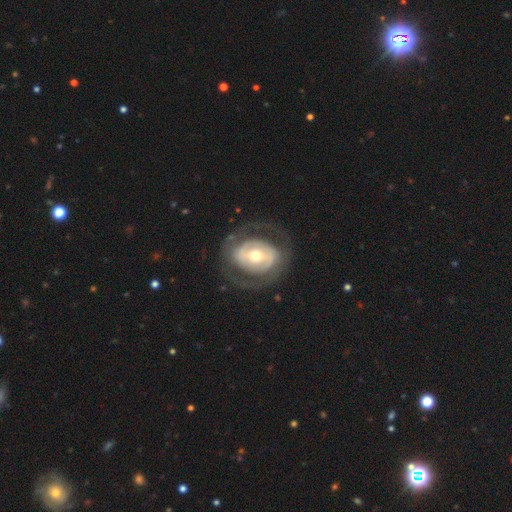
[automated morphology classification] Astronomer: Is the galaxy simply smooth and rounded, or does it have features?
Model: featured or disk — 72%.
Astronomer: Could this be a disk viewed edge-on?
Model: no — 95%.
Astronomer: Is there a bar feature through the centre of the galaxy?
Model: no — 39% (runner-up: weak, 32%).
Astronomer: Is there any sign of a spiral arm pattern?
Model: no — 50%, tied with yes at 50%.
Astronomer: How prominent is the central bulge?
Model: moderate — 65%.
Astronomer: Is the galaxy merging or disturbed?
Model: none — 73%.